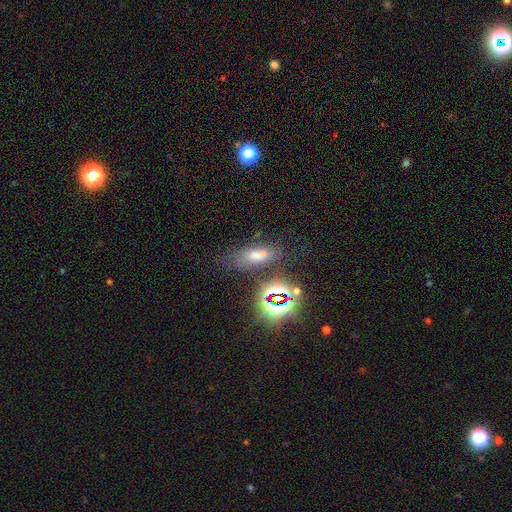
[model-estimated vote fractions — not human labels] A smooth galaxy with no disk features (52%) that is in between round and cigar-shaped (68%). Merging: none (61%).